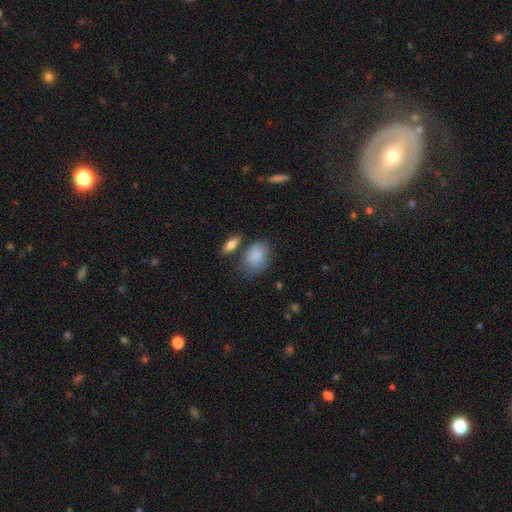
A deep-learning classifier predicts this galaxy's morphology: The model was most divided on "merging": none: 61%, minor disturbance: 23%, merger: 9%, major disturbance: 7%. More confident: smooth or featured — smooth (86%); how rounded — in between (80%).